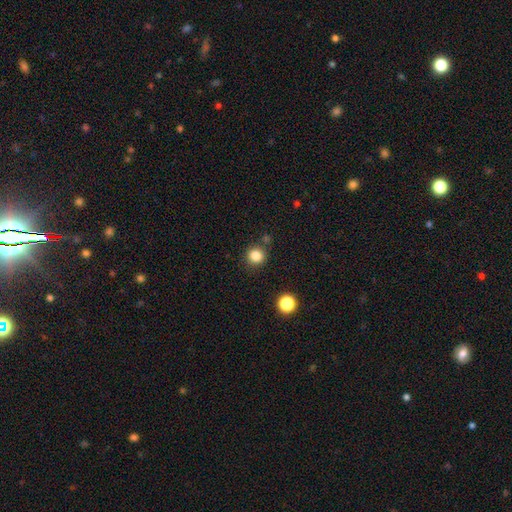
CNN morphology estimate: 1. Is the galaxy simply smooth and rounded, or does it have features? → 83% smooth, 12% star or artifact, 5% featured or disk.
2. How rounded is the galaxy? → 92% round, 7% in between, 1% cigar-shaped.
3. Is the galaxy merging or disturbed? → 85% none, 8% minor disturbance, 5% merger, 3% major disturbance.